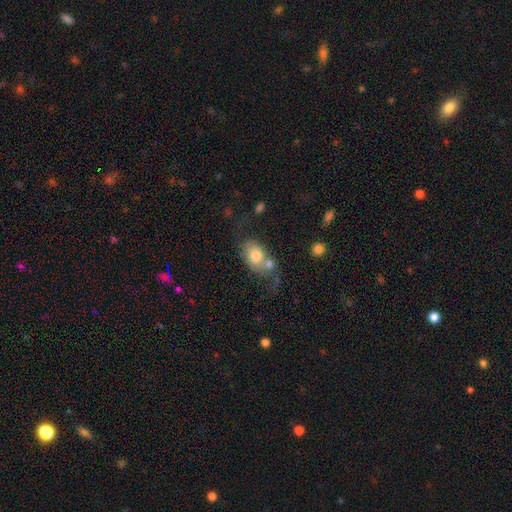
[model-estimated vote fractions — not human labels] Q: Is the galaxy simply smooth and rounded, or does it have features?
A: smooth — 69%.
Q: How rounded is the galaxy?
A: in between — 81%.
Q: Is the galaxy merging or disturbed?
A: none — 33%.